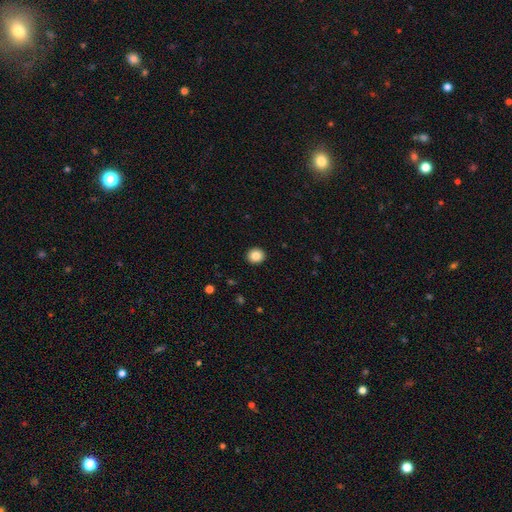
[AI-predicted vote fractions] Smooth or featured? smooth (85%)
How rounded? round (87%)
Merging? none (93%)